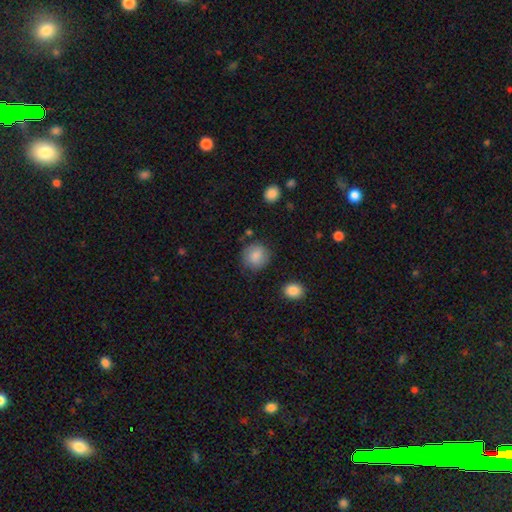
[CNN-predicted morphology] smooth 86%, star or artifact 8%, featured or disk 6%. Down the decision tree: how rounded — round (88%); merging — none (82%).